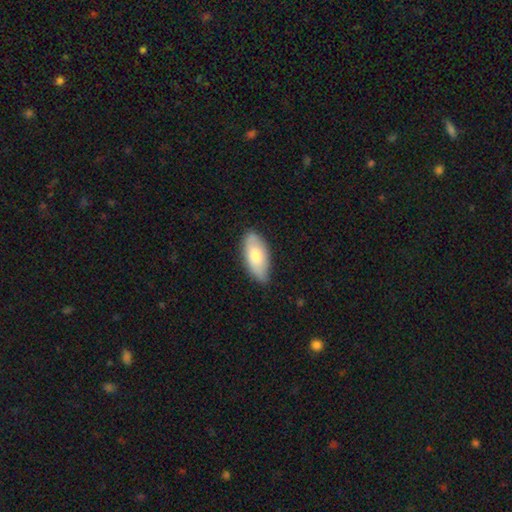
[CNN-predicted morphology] Smooth or featured: smooth — 70% (featured or disk — 24%)
How rounded: in between — 90% (cigar-shaped — 7%)
Merging: none — 76% (minor disturbance — 20%)